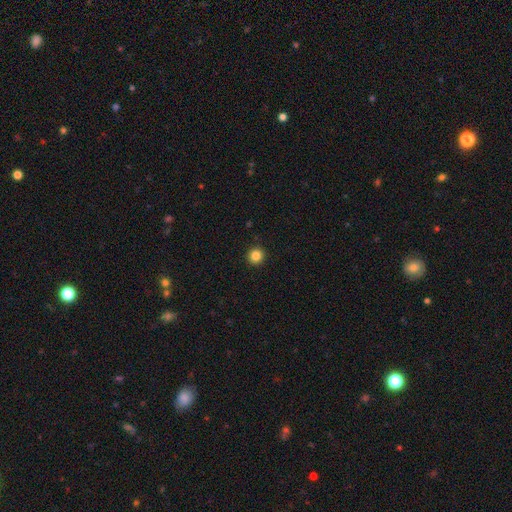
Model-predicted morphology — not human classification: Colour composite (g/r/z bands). It shows a smooth galaxy with no disk features (85%) that is round (95%). Merging: none (93%).